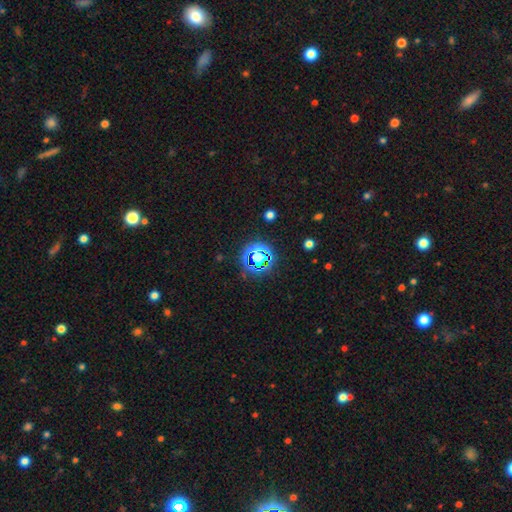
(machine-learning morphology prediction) This appears to be a star or artifact, not a galaxy (62%).